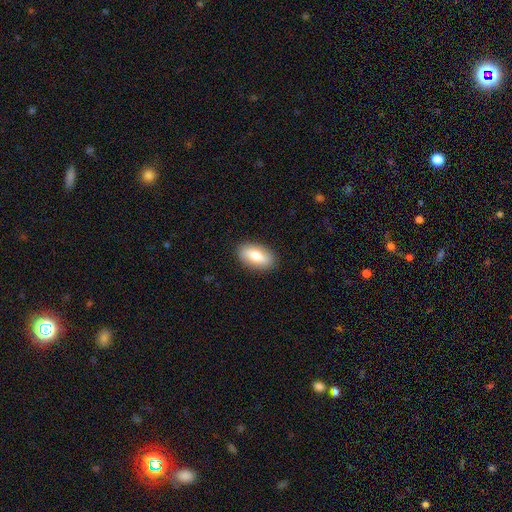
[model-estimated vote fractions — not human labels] smooth_or_featured: smooth (p=0.70) [alt: featured or disk p=0.24]
how_rounded: in between (p=0.90) [alt: cigar-shaped p=0.06]
merging: none (p=0.88) [alt: minor disturbance p=0.09]